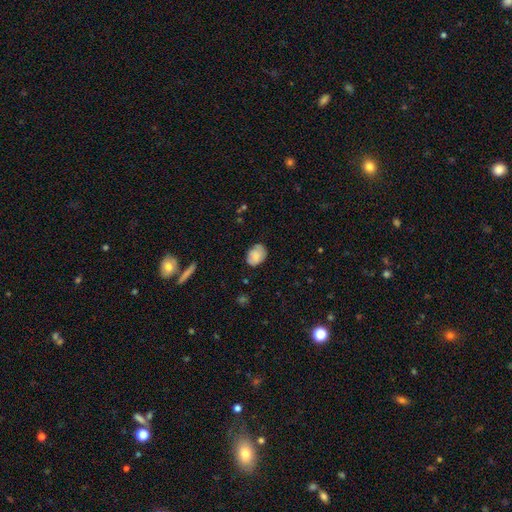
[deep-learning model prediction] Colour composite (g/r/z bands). It shows a smooth galaxy with no disk features (73%) that is in between round and cigar-shaped (72%). Merging: none (71%).